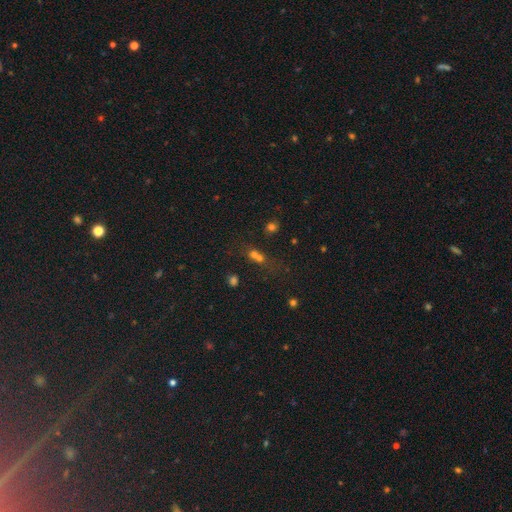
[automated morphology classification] A smooth galaxy with no disk features (52%) that is round (68%). Merging: merger (46%).